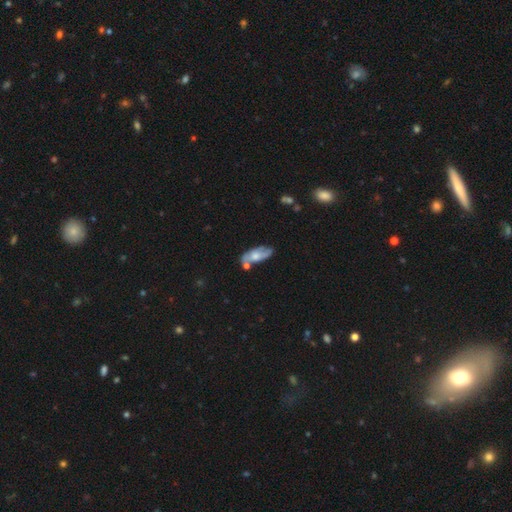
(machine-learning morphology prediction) Smooth or featured? Predicted: featured or disk (p=0.47, tied with smooth). Merging? Predicted: none (p=0.52).